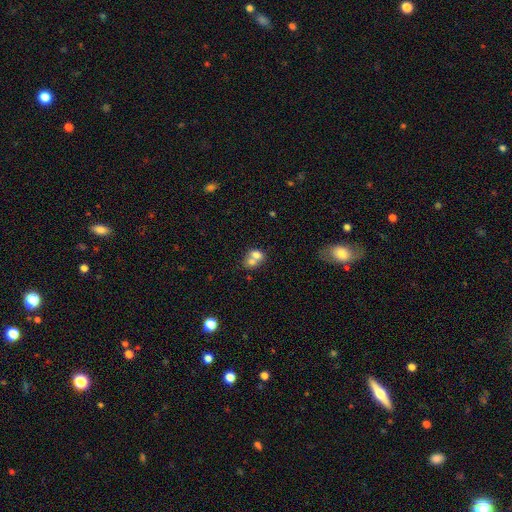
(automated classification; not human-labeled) Overall: smooth (68%). How rounded: round (51%; in between 48%). Merging: merger (69%).